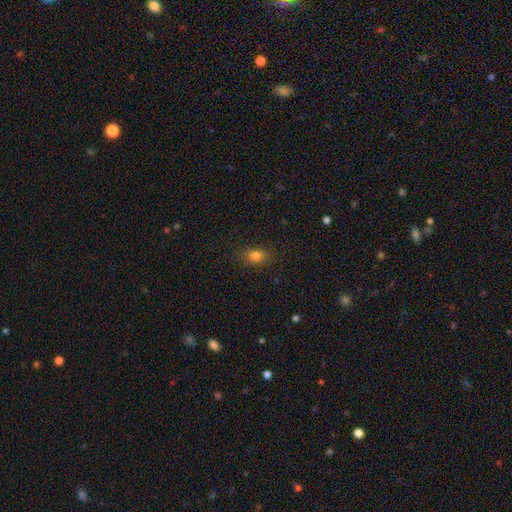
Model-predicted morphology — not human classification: Smooth or featured: smooth — 80% (star or artifact — 13%)
How rounded: in between — 70% (round — 28%)
Merging: none — 85% (minor disturbance — 11%)